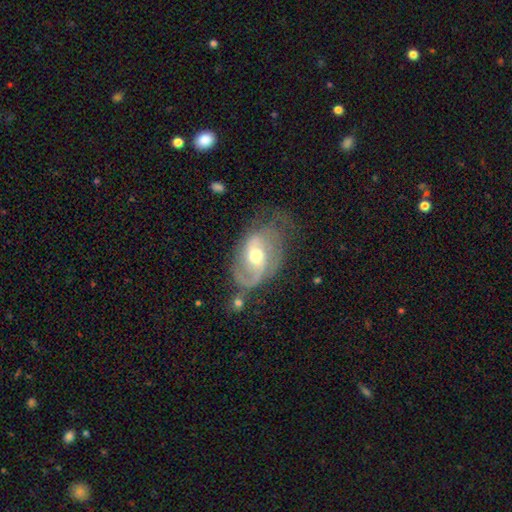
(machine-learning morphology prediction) Smooth or featured? Predicted: featured or disk (p=0.77). Edge-on disk? Predicted: no (p=0.96). Bar? Predicted: weak (p=0.44). Spiral arms? Predicted: yes (p=0.87). Spiral winding? Predicted: medium (p=0.43). Spiral arm count? Predicted: 2 (p=0.61). Bulge size? Predicted: moderate (p=0.69). Merging? Predicted: none (p=0.46).